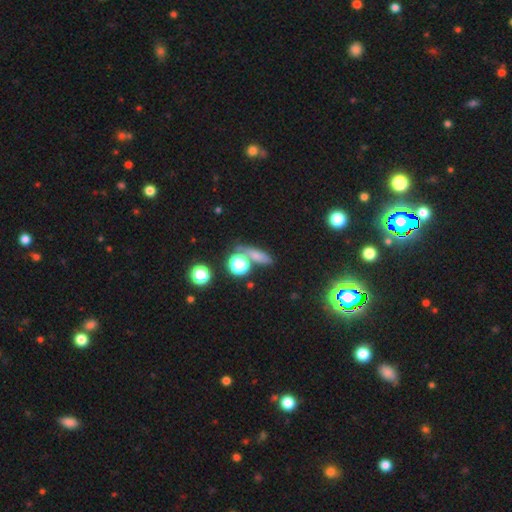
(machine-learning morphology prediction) smooth-or-featured: smooth: 67% | star or artifact: 21% | featured or disk: 13%
  how-rounded: in between: 37% | round: 34% | cigar-shaped: 29%
  merging: none: 61% | merger: 20% | minor disturbance: 12% | major disturbance: 7%